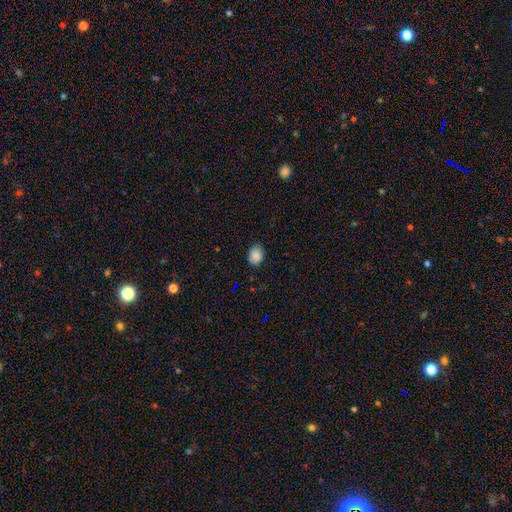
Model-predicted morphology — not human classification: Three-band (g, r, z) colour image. It shows a smooth galaxy with no disk features (87%) that is in between round and cigar-shaped (55%). Merging: none (82%).